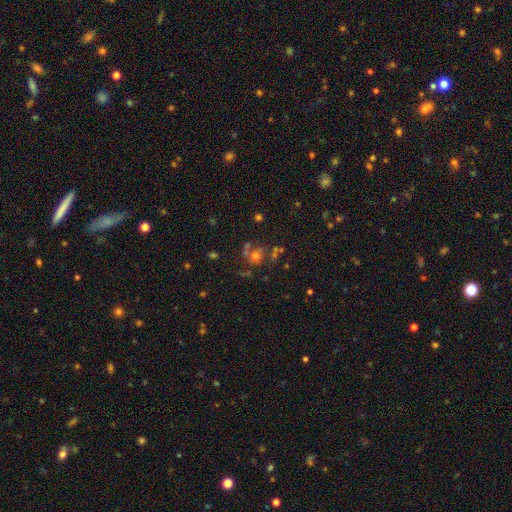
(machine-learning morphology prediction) Smooth or featured? Predicted: smooth (p=0.46). Merging? Predicted: none (p=0.50).